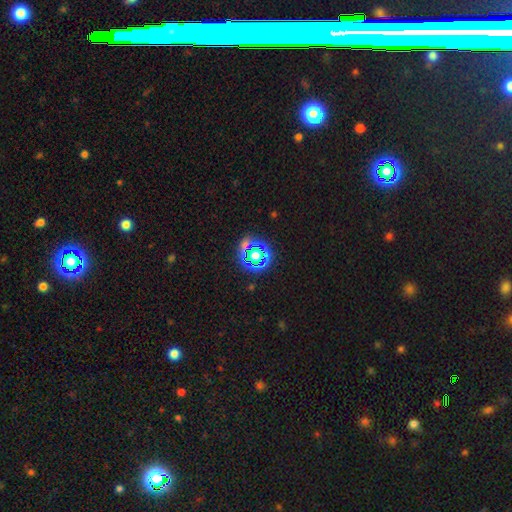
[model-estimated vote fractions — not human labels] This appears to be a star or artifact, not a galaxy (50%).